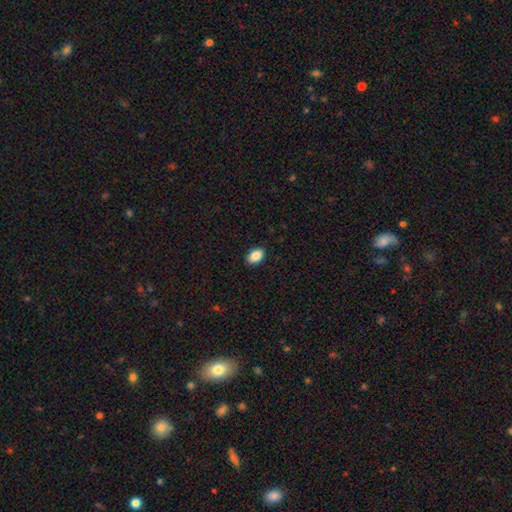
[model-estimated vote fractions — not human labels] Smooth or featured?
  - smooth: 87% *
  - star or artifact: 8%
  - featured or disk: 6%
How rounded?
  - in between: 89% *
  - round: 10%
  - cigar-shaped: 1%
Merging?
  - none: 90% *
  - minor disturbance: 8%
  - major disturbance: 2%
  - merger: 1%